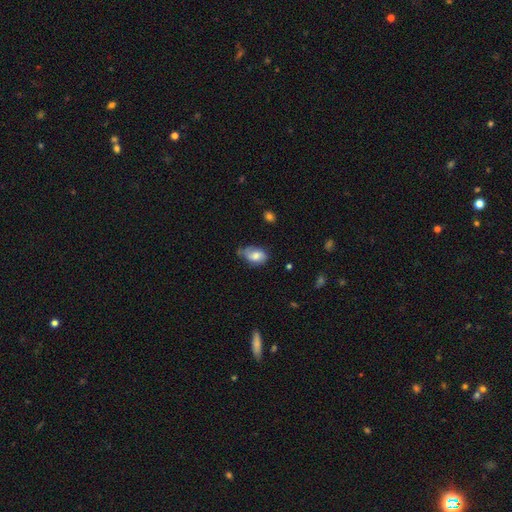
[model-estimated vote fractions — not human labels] Q: Smooth or featured?
A: smooth (66%); runner-up: featured or disk (26%)
Q: How rounded?
A: in between (85%); runner-up: round (13%)
Q: Merging?
A: minor disturbance (42%); tied with: none (42%)